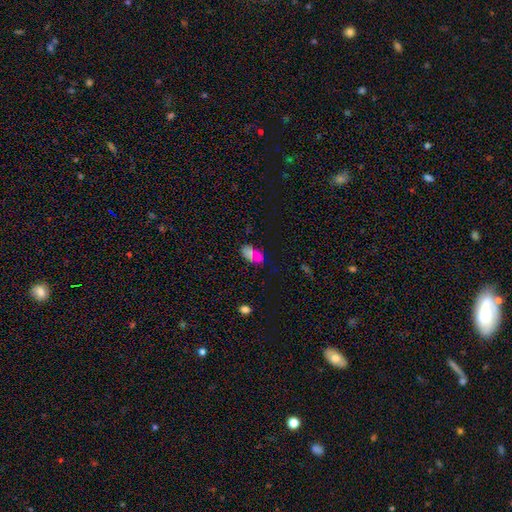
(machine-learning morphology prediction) The model was most divided on "smooth or featured": smooth: 68%, star or artifact: 22%, featured or disk: 9%. More confident: how rounded — in between (90%); merging — none (78%).